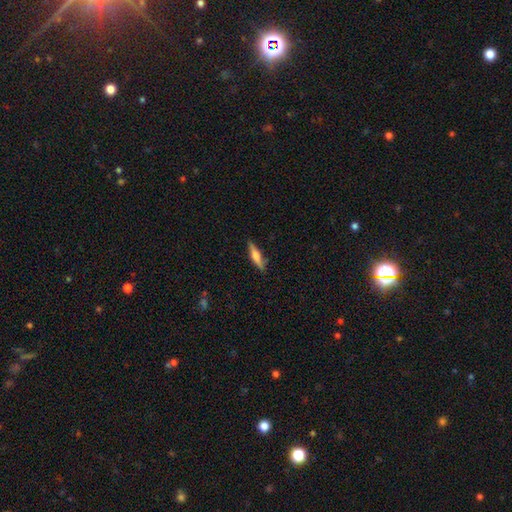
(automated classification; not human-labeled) A smooth galaxy with no disk features (55%) that is cigar-shaped (78%).

Vote fractions:
- Smooth or featured? smooth: 55% / featured or disk: 39% / star or artifact: 6%
- How rounded? cigar-shaped: 78% / in between: 20% / round: 2%
- Merging? none: 83% / minor disturbance: 13% / major disturbance: 3% / merger: 2%